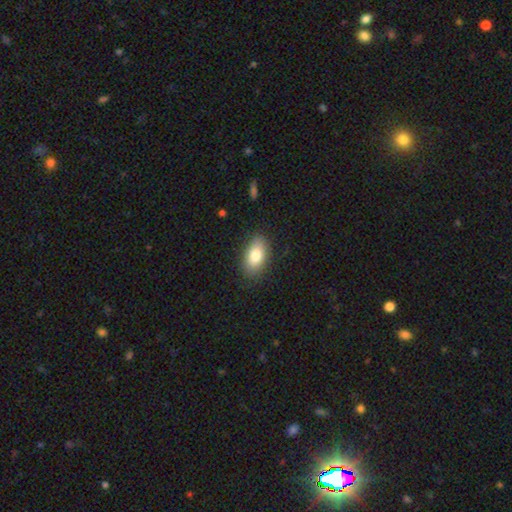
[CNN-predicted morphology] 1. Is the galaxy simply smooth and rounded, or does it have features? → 80% smooth, 12% featured or disk, 7% star or artifact.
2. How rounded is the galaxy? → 91% in between, 6% round, 3% cigar-shaped.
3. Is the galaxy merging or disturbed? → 85% none, 11% minor disturbance, 3% major disturbance, 1% merger.